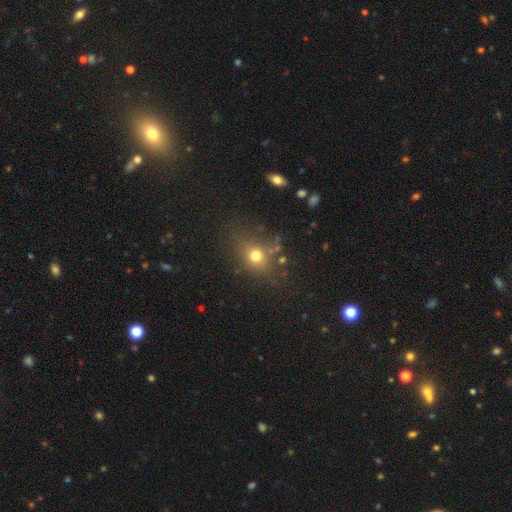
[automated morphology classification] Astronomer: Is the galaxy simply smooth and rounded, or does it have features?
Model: smooth — 70%.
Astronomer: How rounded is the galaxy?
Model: round — 56% (runner-up: in between, 42%).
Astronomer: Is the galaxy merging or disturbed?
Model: none — 70%.